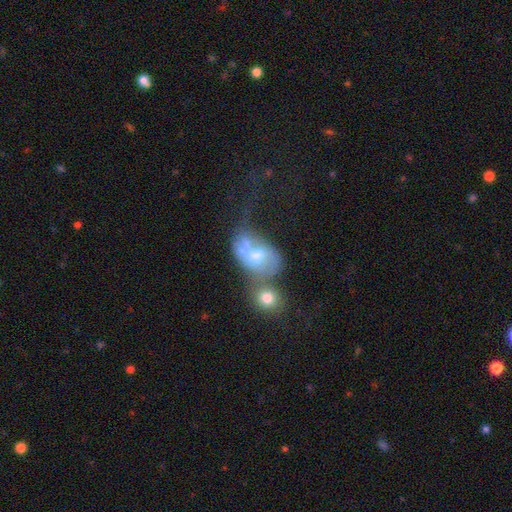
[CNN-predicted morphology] This is possibly a featured or disk galaxy (46%). Merging: possibly merger (60%).